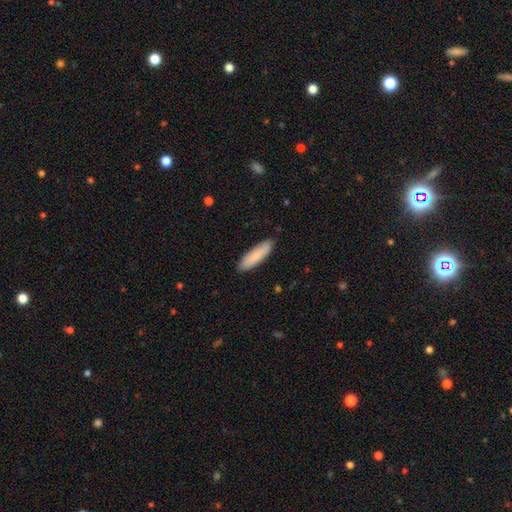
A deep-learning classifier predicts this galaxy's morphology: smooth 86%, featured or disk 9%, star or artifact 5%. Down the decision tree: how rounded — cigar-shaped (62%); merging — none (88%).